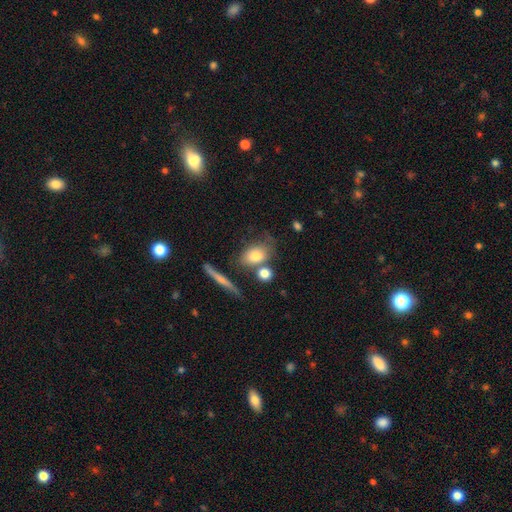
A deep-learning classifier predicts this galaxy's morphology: smooth 74%, featured or disk 17%, star or artifact 9%. Down the decision tree: how rounded — in between (70%); merging — none (53%).